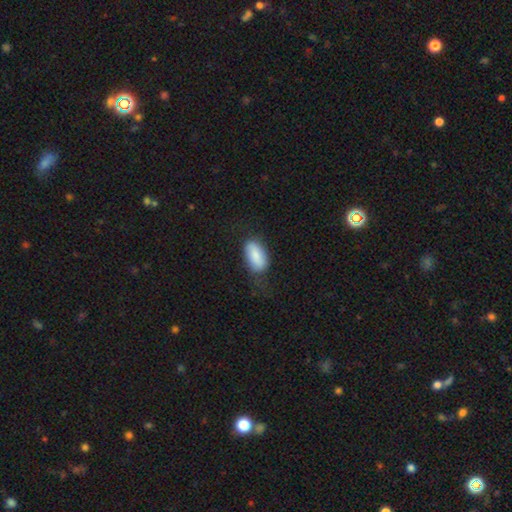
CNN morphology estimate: Q: Smooth or featured?
A: smooth (82%); runner-up: featured or disk (12%)
Q: How rounded?
A: in between (91%); runner-up: cigar-shaped (6%)
Q: Merging?
A: none (60%); runner-up: minor disturbance (27%)